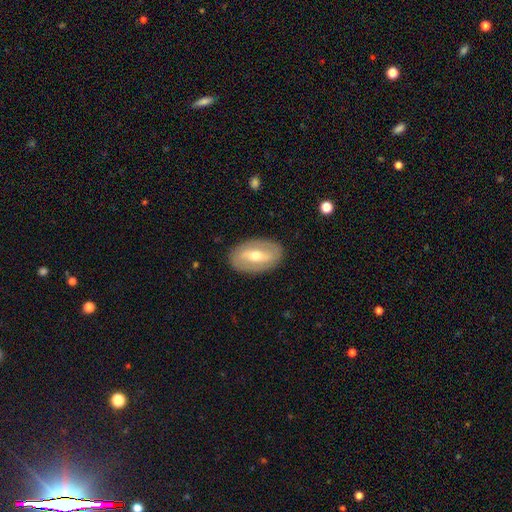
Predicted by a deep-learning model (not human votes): Smooth or featured? Predicted: featured or disk (p=0.62). Edge-on disk? Predicted: no (p=0.89). Bar? Predicted: strong (p=0.45). Spiral arms? Predicted: no (p=0.65). Bulge size? Predicted: moderate (p=0.72). Merging? Predicted: none (p=0.86).